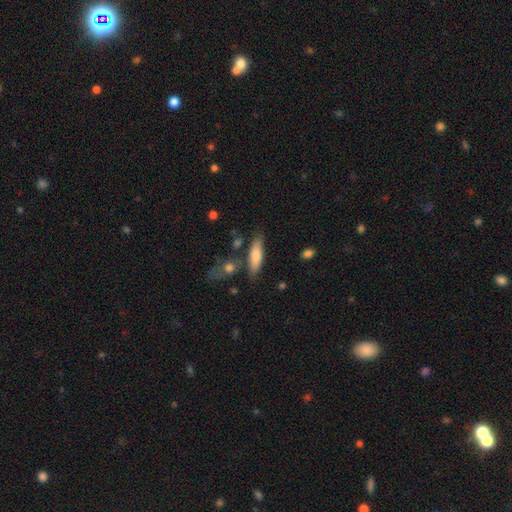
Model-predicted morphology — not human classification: Smooth or featured? smooth (75%)
How rounded? cigar-shaped (55%)
Merging? none (73%)